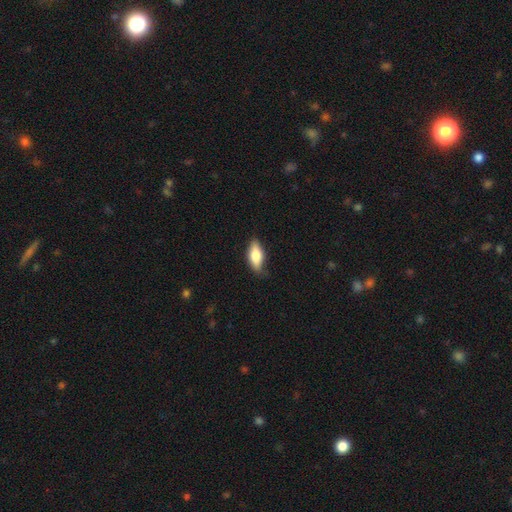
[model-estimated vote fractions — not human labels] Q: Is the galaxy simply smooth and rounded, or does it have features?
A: smooth — 68%.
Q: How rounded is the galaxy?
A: in between — 78%.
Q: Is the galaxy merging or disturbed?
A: none — 77%.